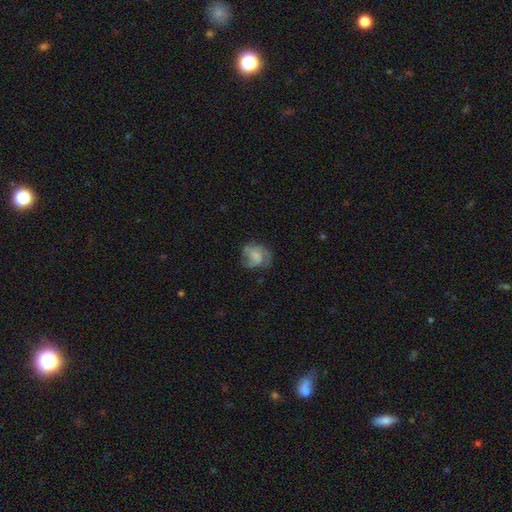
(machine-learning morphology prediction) featured or disk 51%, smooth 40%, star or artifact 9%. Down the decision tree: edge-on disk — no (98%); merging — none (60%).